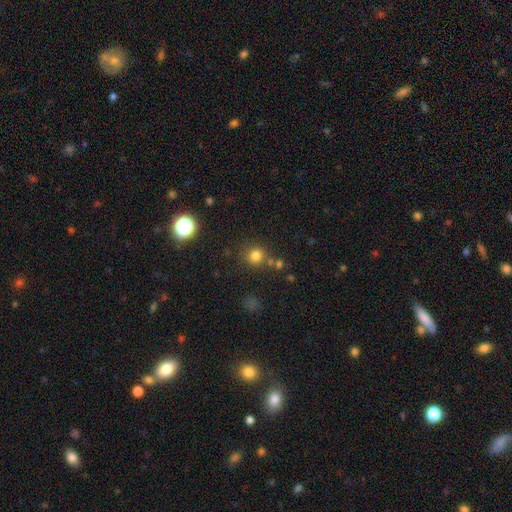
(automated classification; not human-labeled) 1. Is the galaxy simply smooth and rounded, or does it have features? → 77% smooth, 16% star or artifact, 6% featured or disk.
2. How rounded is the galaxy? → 89% round, 10% in between, 1% cigar-shaped.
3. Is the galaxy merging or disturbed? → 73% none, 12% merger, 10% minor disturbance, 4% major disturbance.